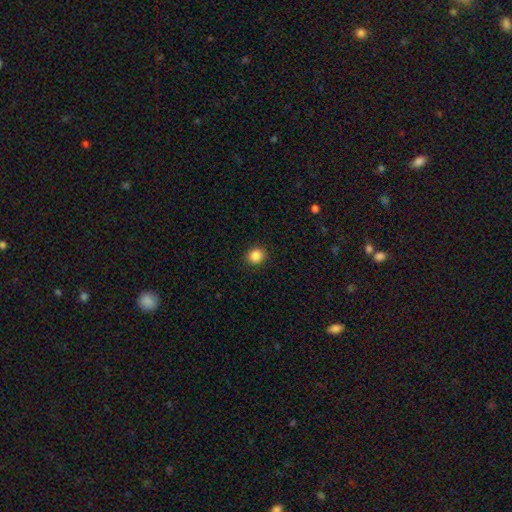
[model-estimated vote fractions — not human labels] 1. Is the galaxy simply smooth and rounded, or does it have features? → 87% smooth, 10% star or artifact, 3% featured or disk.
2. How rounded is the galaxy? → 80% round, 20% in between, 1% cigar-shaped.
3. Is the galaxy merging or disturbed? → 91% none, 6% minor disturbance, 2% major disturbance, 1% merger.